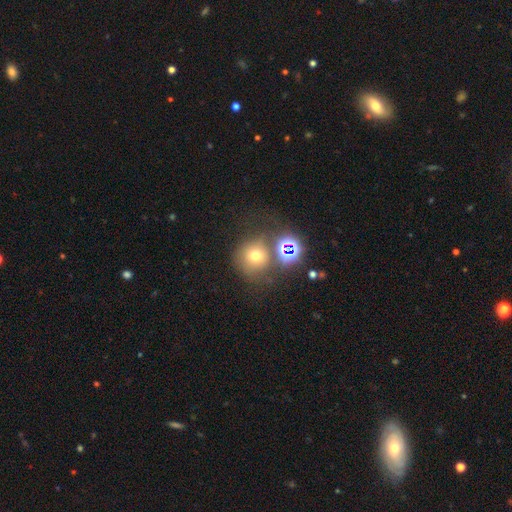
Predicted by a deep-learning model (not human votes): Smooth or featured: smooth — 64% (star or artifact — 24%)
How rounded: round — 89% (in between — 10%)
Merging: none — 61% (merger — 17%)